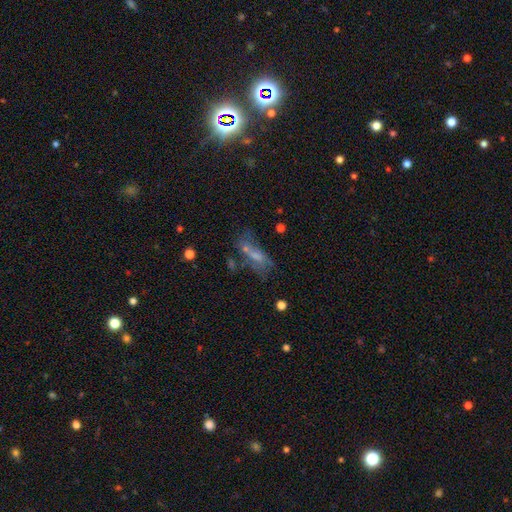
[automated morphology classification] featured or disk 41%, smooth 37%, star or artifact 22%. Down the decision tree: merging — none (41%).